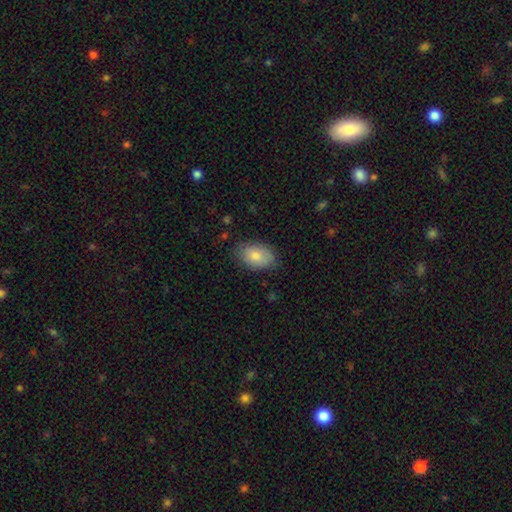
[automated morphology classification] The model was most divided on "merging": none: 79%, minor disturbance: 17%, major disturbance: 3%, merger: 1%. More confident: how rounded — in between (87%); smooth or featured — smooth (79%).